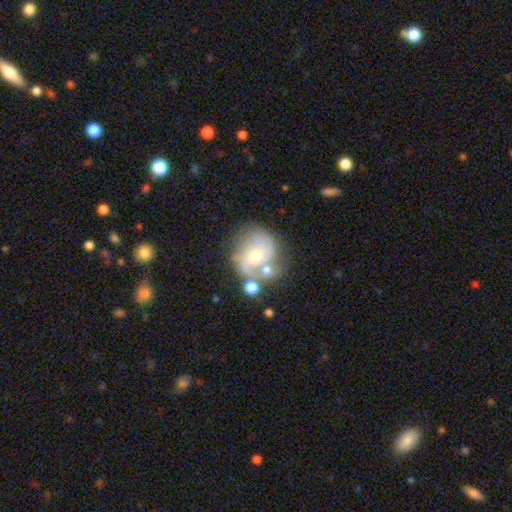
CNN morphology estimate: Overall: featured or disk (69%). Edge-on disk: no (98%). Bar: no (62%; weak 31%). Spiral arms: yes (86%). Spiral arm count: 2 (62%). Spiral winding: medium (46%; tight 27%). Bulge size: moderate (52%; small 42%). Merging: none (50%; minor disturbance 20%).